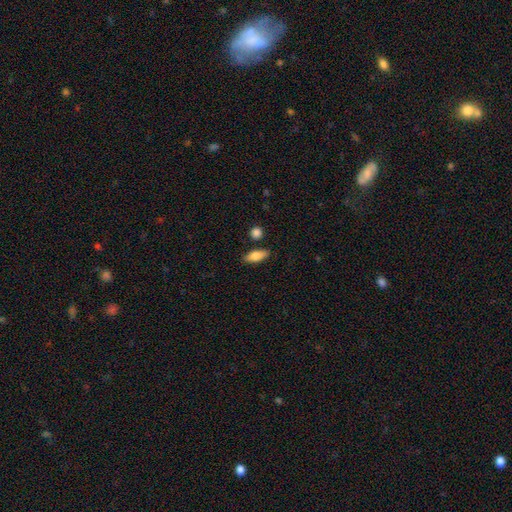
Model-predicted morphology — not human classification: A smooth galaxy with no disk features (75%) that is in between round and cigar-shaped (75%). Merging: none (82%).